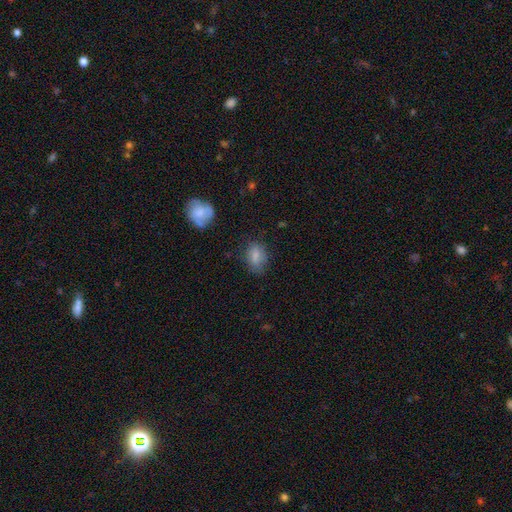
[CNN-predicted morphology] Overall: smooth (79%). How rounded: in between (82%). Merging: none (69%).